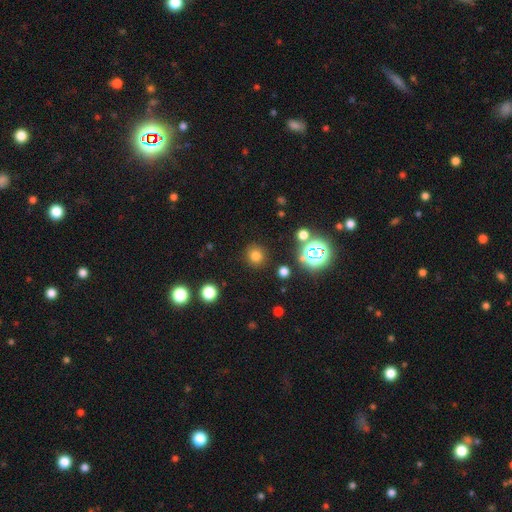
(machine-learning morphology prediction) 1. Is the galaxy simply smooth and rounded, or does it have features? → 74% smooth, 19% star or artifact, 6% featured or disk.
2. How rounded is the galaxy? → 92% round, 7% in between, 1% cigar-shaped.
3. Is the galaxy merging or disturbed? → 89% none, 6% minor disturbance, 3% major disturbance, 2% merger.